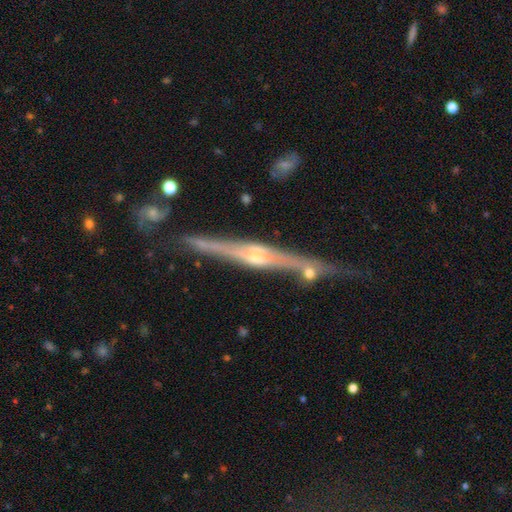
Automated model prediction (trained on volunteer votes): A featured or disk galaxy (86%) viewed edge-on (97%) with a rounded central bulge (82%). Merging: none (70%).